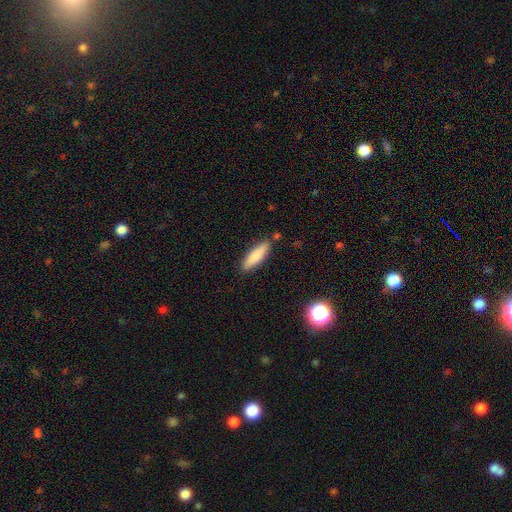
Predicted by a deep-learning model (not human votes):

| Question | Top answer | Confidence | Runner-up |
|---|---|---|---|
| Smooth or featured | smooth | 80% | featured or disk (14%) |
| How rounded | cigar-shaped | 63% | in between (36%) |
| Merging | none | 85% | minor disturbance (11%) |